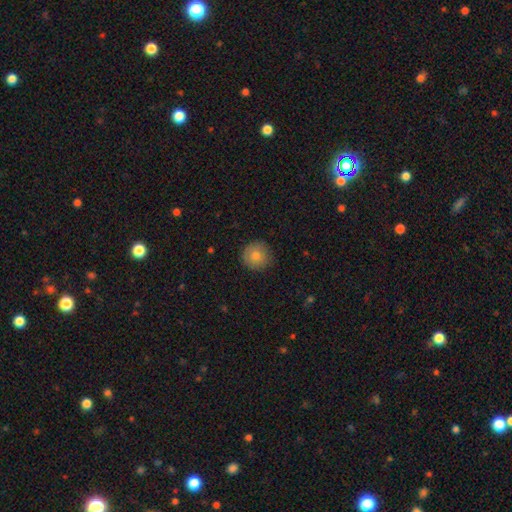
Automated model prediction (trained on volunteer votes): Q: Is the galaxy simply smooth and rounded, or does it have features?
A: smooth — 76%.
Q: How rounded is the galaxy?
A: round — 95%.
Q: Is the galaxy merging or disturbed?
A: none — 87%.